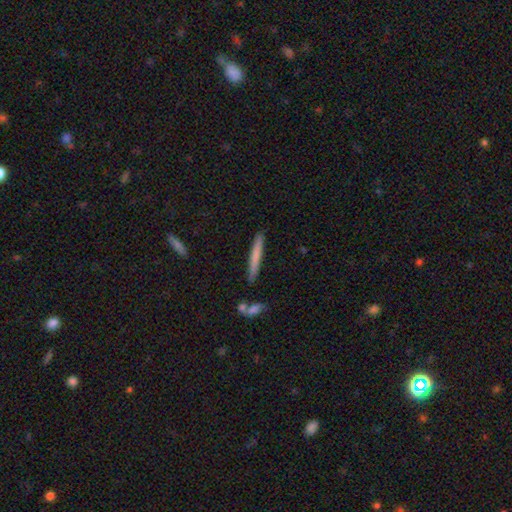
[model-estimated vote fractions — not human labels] smooth_or_featured: smooth (p=0.68) [alt: featured or disk p=0.26]
how_rounded: cigar-shaped (p=0.96) [alt: in between p=0.03]
merging: none (p=0.86) [alt: minor disturbance p=0.09]